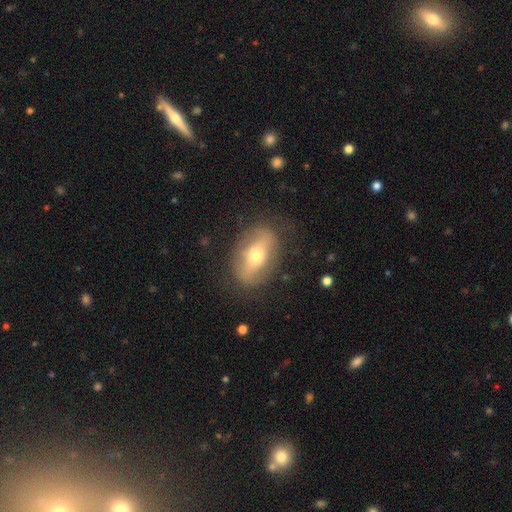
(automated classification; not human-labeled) smooth_or_featured: featured or disk (p=0.55) [alt: smooth p=0.38]
disk_edge_on: no (p=0.76) [alt: yes p=0.24]
merging: none (p=0.78) [alt: minor disturbance p=0.14]